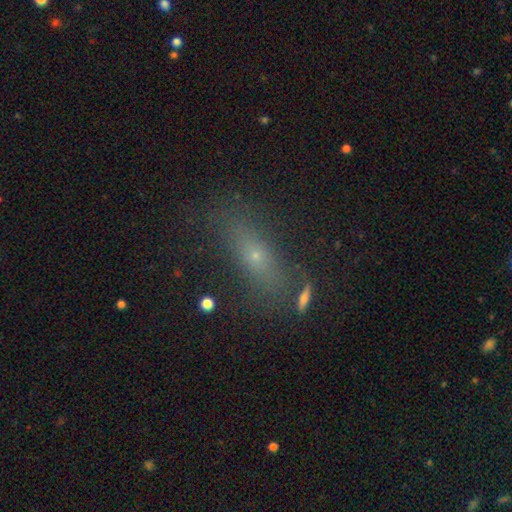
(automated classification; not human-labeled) This appears to be a smooth galaxy with no disk features (48%). Merging: none (67%).